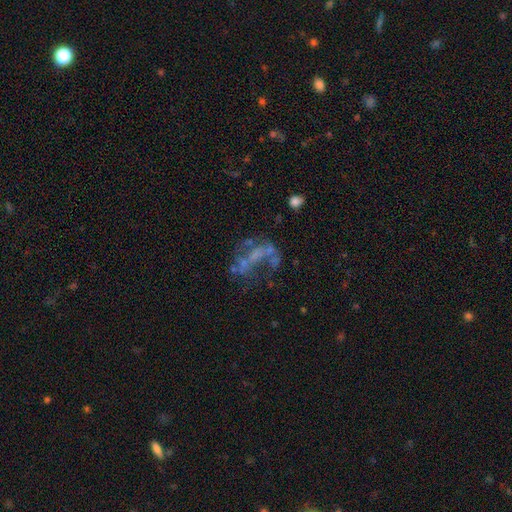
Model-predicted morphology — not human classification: This is likely a featured or disk galaxy (62%). It is clearly not viewed edge-on (96%). Bar: likely no (74%). Spiral arm pattern: likely no (78%). Central bulge: likely none (71%). Merging: marginally none (35%).